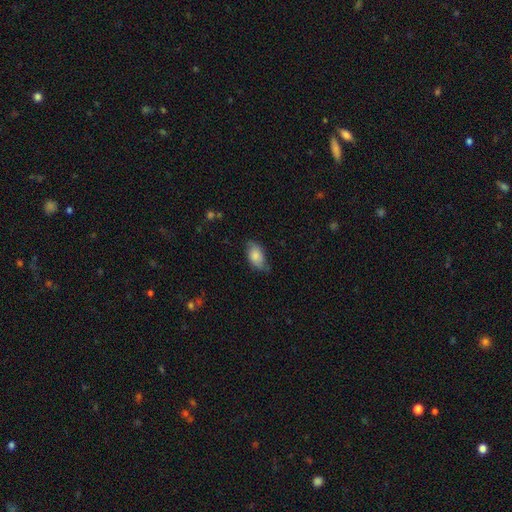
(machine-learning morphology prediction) This is likely a smooth galaxy (76%). How rounded: clearly in between (92%). Merging: likely none (62%).